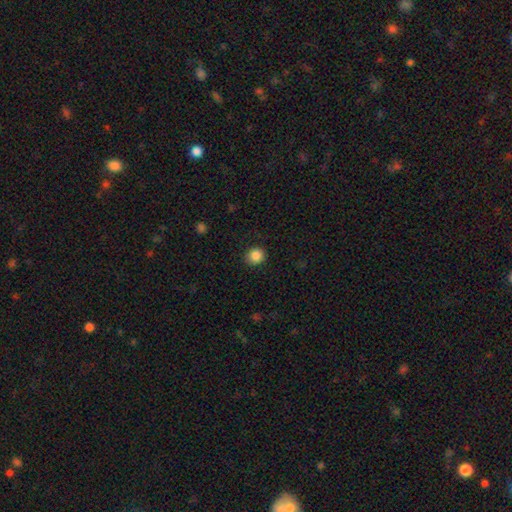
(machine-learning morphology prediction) type=smooth (86%); roundness=round (86%); merging=none (89%).